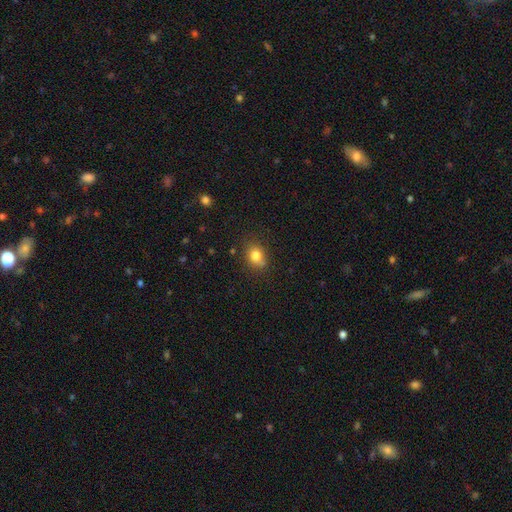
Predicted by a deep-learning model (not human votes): Smooth or featured: smooth — 80% (star or artifact — 11%)
How rounded: in between — 50% (round — 49%)
Merging: none — 66% (minor disturbance — 22%)